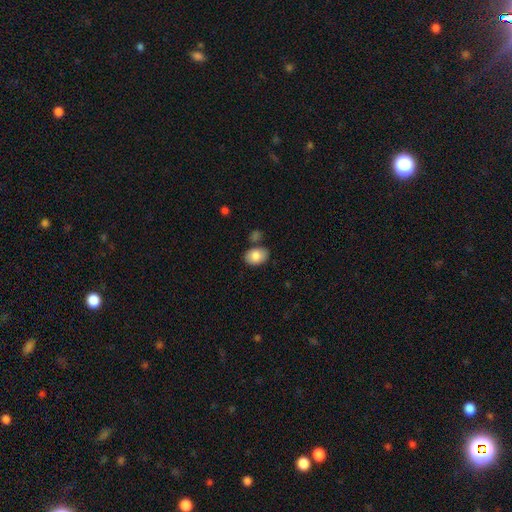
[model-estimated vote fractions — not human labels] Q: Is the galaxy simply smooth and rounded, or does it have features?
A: smooth — 84%.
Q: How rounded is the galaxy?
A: in between — 78%.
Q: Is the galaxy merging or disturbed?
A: none — 72%.